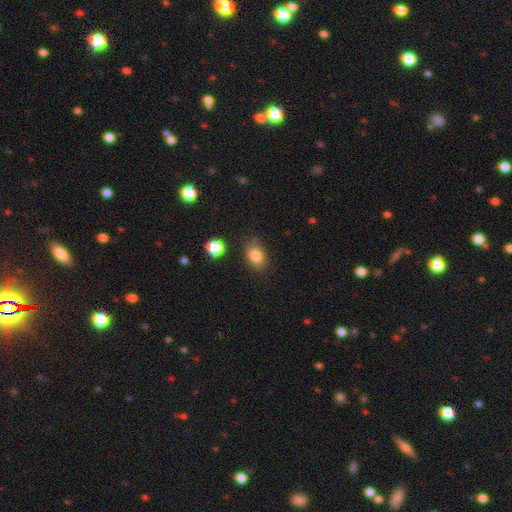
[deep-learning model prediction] Q: Smooth or featured?
A: smooth (82%); runner-up: star or artifact (10%)
Q: How rounded?
A: in between (72%); runner-up: round (27%)
Q: Merging?
A: none (78%); runner-up: minor disturbance (15%)